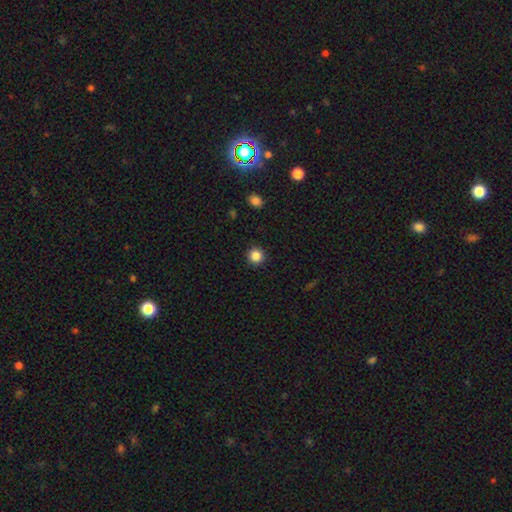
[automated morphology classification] Smooth or featured?
  - smooth: 85% *
  - star or artifact: 11%
  - featured or disk: 4%
How rounded?
  - round: 95% *
  - in between: 4%
  - cigar-shaped: 1%
Merging?
  - none: 92% *
  - minor disturbance: 5%
  - major disturbance: 2%
  - merger: 1%